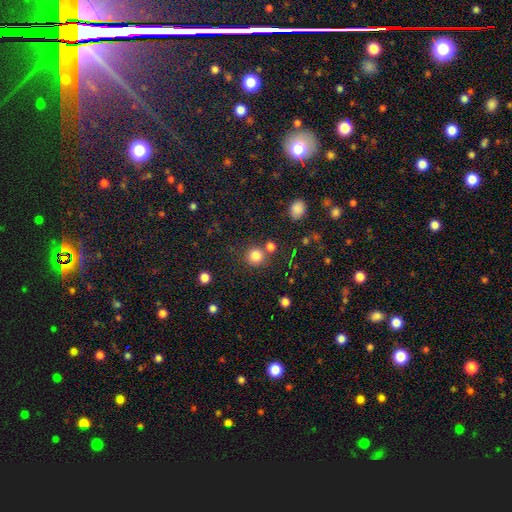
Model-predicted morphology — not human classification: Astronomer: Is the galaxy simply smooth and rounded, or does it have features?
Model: smooth — 82%.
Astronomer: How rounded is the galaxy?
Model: round — 93%.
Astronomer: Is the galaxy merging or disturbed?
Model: none — 76%.